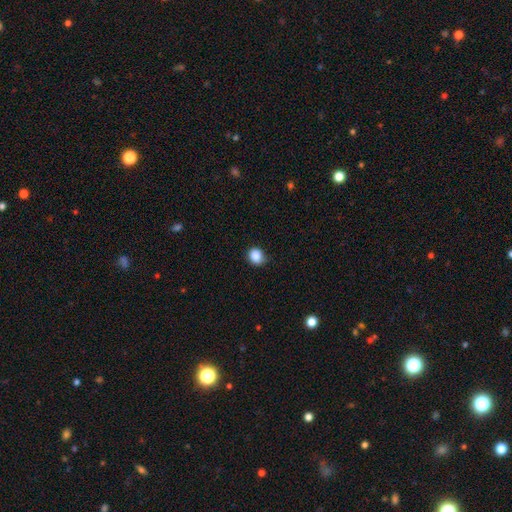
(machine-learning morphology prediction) type=smooth (86%); roundness=round (80%); merging=none (77%).